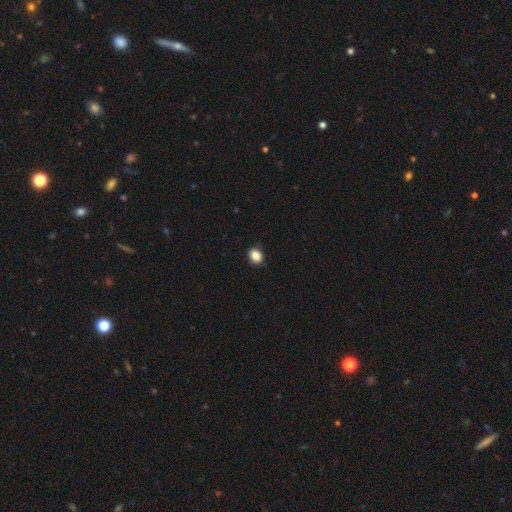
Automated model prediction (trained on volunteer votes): Q: Smooth or featured?
A: smooth (87%); runner-up: star or artifact (10%)
Q: How rounded?
A: round (60%); runner-up: in between (39%)
Q: Merging?
A: none (88%); runner-up: minor disturbance (9%)